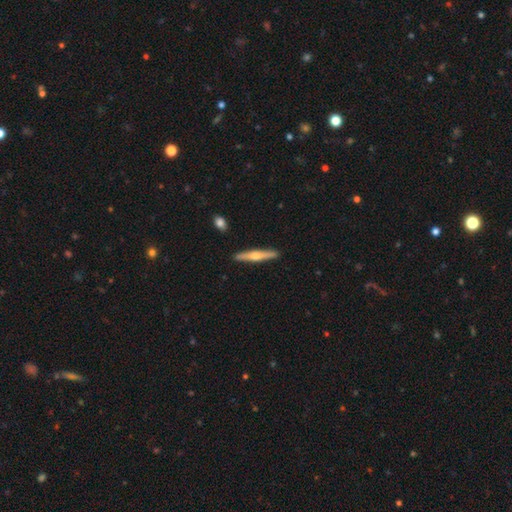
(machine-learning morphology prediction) Smooth or featured? Predicted: featured or disk (p=0.53). Edge-on disk? Predicted: yes (p=0.97). Edge-on bulge? Predicted: rounded (p=0.86). Merging? Predicted: none (p=0.90).